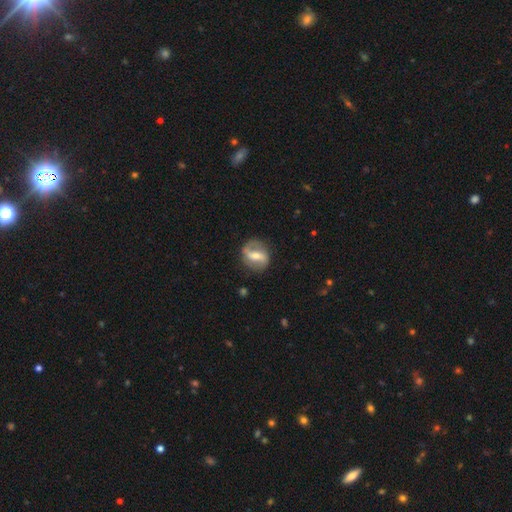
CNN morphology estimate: A featured or disk galaxy (73%) with a strong bar (55%), 2 (85%) loose (46%) spiral arms (80%) and a moderate central bulge (56%). Merging: none (79%).